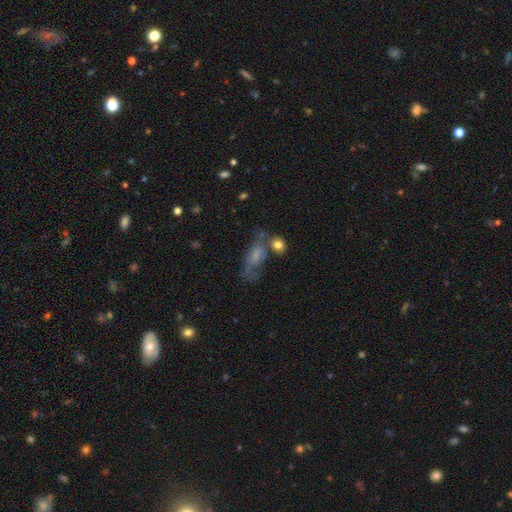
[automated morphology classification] Overall: smooth (53%; featured or disk 35%). How rounded: in between (76%). Merging: none (38%; major disturbance 23%).